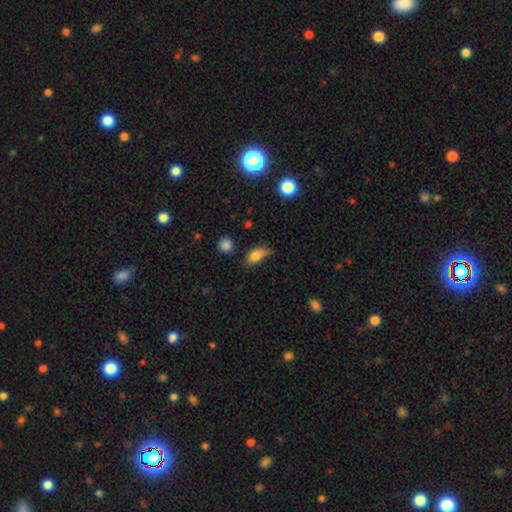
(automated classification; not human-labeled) Q: Smooth or featured?
A: smooth (76%); runner-up: featured or disk (14%)
Q: How rounded?
A: in between (80%); runner-up: cigar-shaped (10%)
Q: Merging?
A: none (45%); runner-up: minor disturbance (38%)